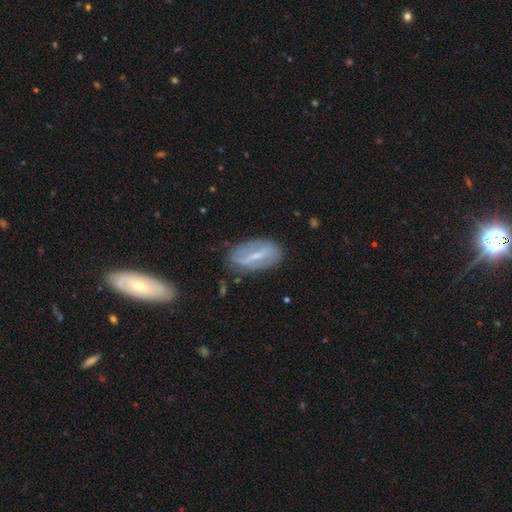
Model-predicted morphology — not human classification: Smooth or featured? featured or disk (66%)
Edge-on disk? no (82%)
Bar? strong (66%)
Spiral arms? no (54%)
Bulge size? small (63%)
Merging? none (79%)